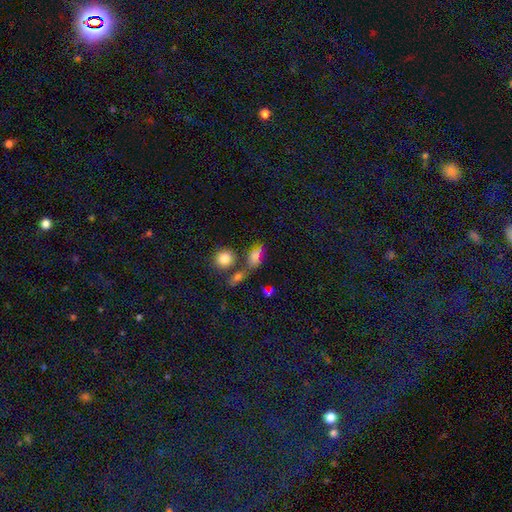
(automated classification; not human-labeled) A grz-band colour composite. It shows a smooth galaxy with no disk features (70%) that is in between round and cigar-shaped (71%). Merging: none (48%).